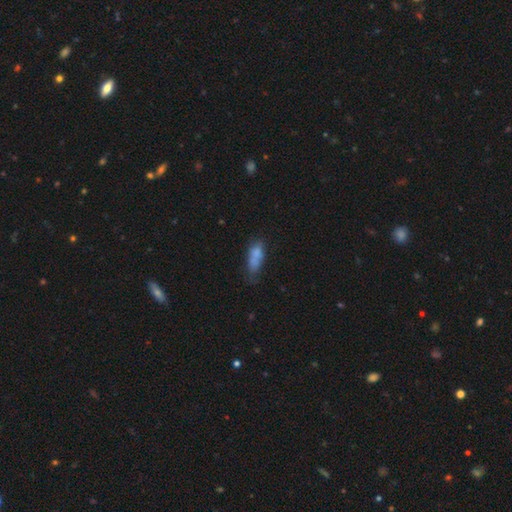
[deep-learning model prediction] Smooth or featured? Predicted: smooth (p=0.76). How rounded? Predicted: in between (p=0.70). Merging? Predicted: none (p=0.43).